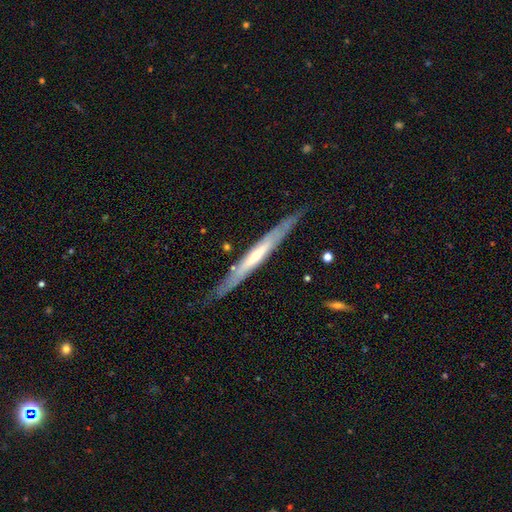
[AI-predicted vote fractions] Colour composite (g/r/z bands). It shows a featured or disk galaxy (70%) viewed edge-on (87%) with no central bulge (52%). Merging: none (79%).